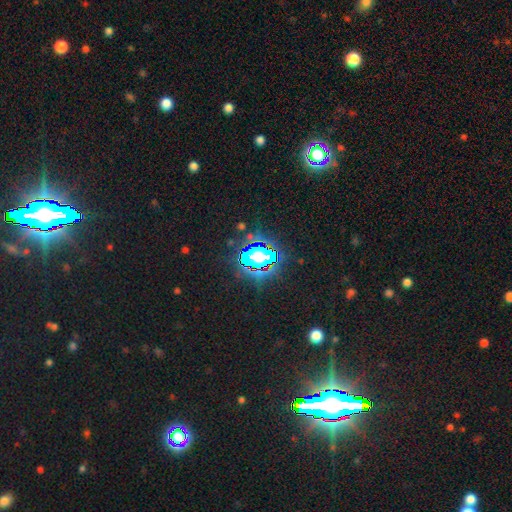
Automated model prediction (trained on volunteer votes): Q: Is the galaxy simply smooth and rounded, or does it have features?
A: star or artifact — 83%.